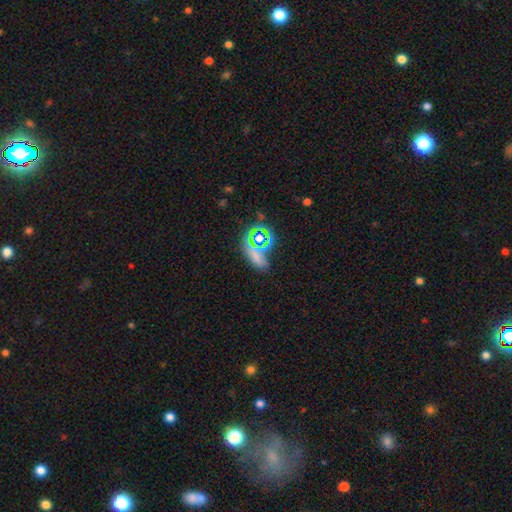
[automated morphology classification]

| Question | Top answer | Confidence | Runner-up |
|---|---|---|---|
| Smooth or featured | smooth | 49% | star or artifact (39%) |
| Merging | none | 61% | minor disturbance (16%) |